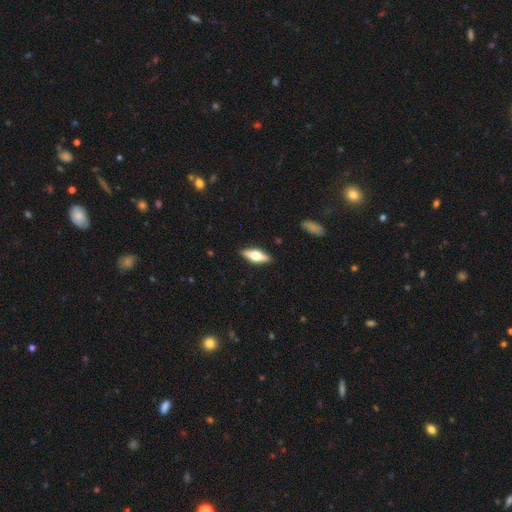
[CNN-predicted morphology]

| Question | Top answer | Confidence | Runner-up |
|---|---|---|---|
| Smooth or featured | featured or disk | 50% | smooth (44%) |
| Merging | none | 89% | minor disturbance (8%) |